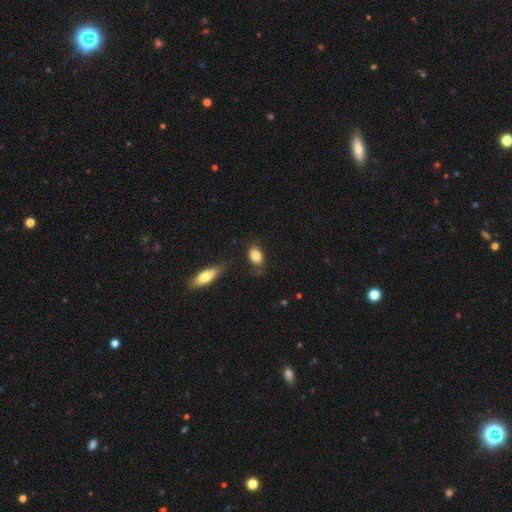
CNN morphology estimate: A smooth galaxy with no disk features (84%) that is in between round and cigar-shaped (82%).

Vote fractions:
- Smooth or featured? smooth: 84% / featured or disk: 9% / star or artifact: 7%
- How rounded? in between: 82% / round: 15% / cigar-shaped: 2%
- Merging? none: 71% / minor disturbance: 20% / major disturbance: 6% / merger: 4%